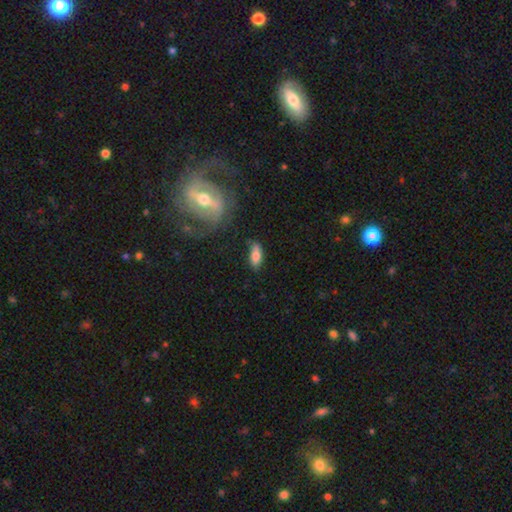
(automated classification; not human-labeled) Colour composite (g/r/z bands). It shows a smooth galaxy with no disk features (78%) that is in between round and cigar-shaped (77%). Merging: none (66%).